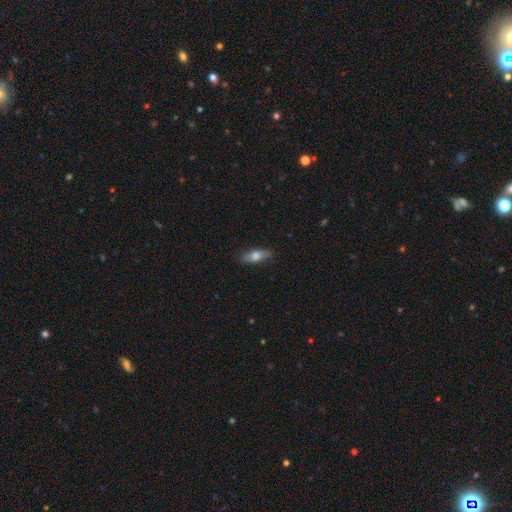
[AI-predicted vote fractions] Smooth or featured?
  - smooth: 67% *
  - featured or disk: 27%
  - star or artifact: 6%
How rounded?
  - in between: 59% *
  - cigar-shaped: 38%
  - round: 3%
Merging?
  - none: 87% *
  - minor disturbance: 10%
  - major disturbance: 2%
  - merger: 1%